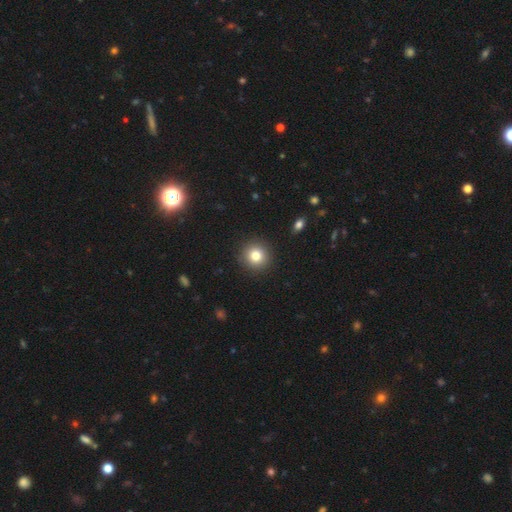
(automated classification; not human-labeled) Morphology: type=smooth (81%); roundness=round (94%); merging=none (91%).